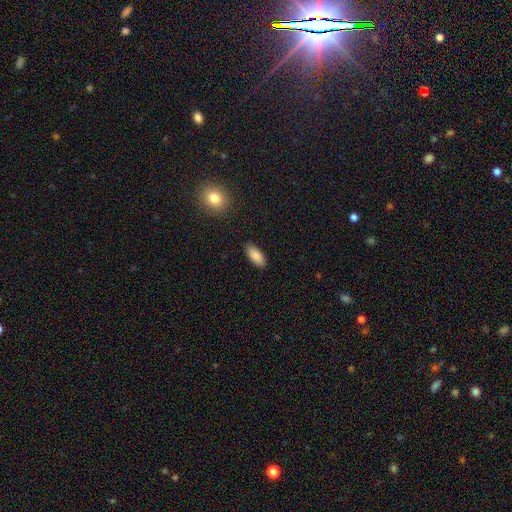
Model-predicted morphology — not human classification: smooth_or_featured: smooth (p=0.88) [alt: star or artifact p=0.07]
how_rounded: in between (p=0.86) [alt: cigar-shaped p=0.12]
merging: none (p=0.87) [alt: minor disturbance p=0.09]